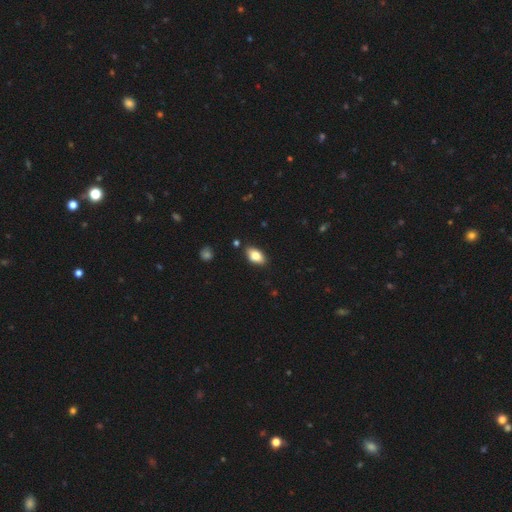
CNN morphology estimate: The model was most divided on "smooth or featured": smooth: 82%, featured or disk: 11%, star or artifact: 8%. More confident: how rounded — in between (91%); merging — none (85%).